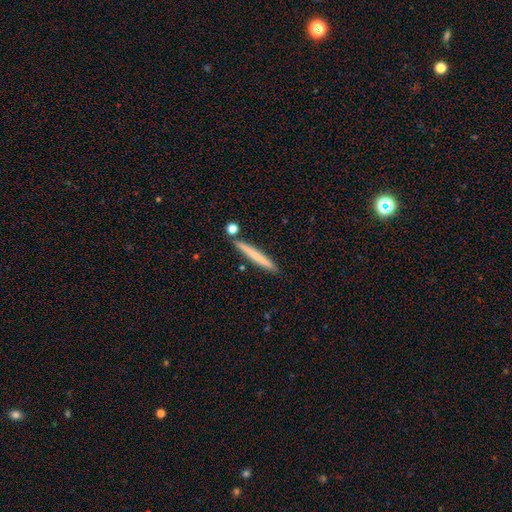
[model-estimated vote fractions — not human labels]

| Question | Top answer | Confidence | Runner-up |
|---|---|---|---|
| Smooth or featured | smooth | 68% | featured or disk (26%) |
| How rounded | cigar-shaped | 96% | in between (2%) |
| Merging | none | 84% | minor disturbance (9%) |